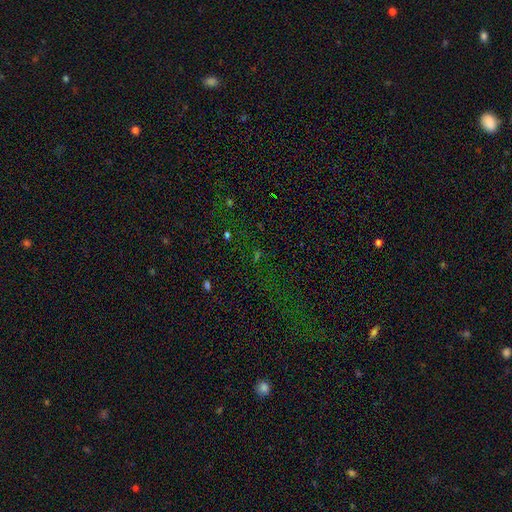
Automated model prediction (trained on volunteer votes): star or artifact 72%, smooth 17%, featured or disk 11%.